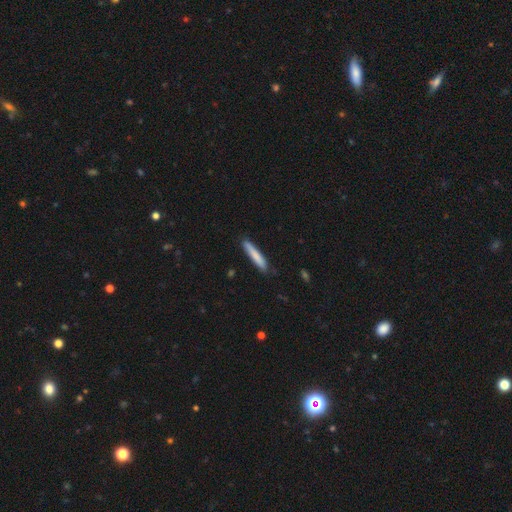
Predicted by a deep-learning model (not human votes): Smooth or featured? Predicted: smooth (p=0.80). How rounded? Predicted: cigar-shaped (p=0.93). Merging? Predicted: none (p=0.86).